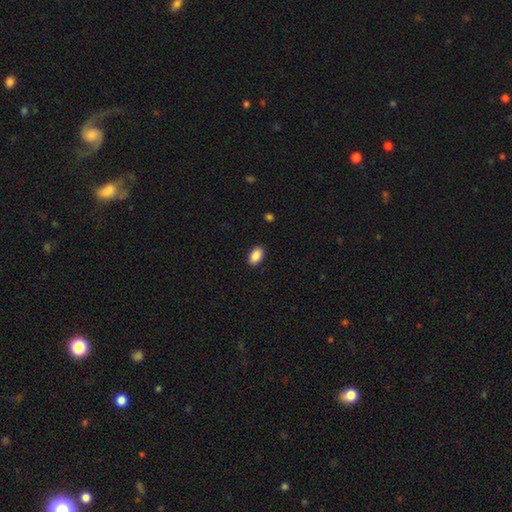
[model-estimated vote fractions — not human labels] Smooth or featured: smooth — 89% (star or artifact — 7%)
How rounded: in between — 92% (round — 7%)
Merging: none — 90% (minor disturbance — 7%)